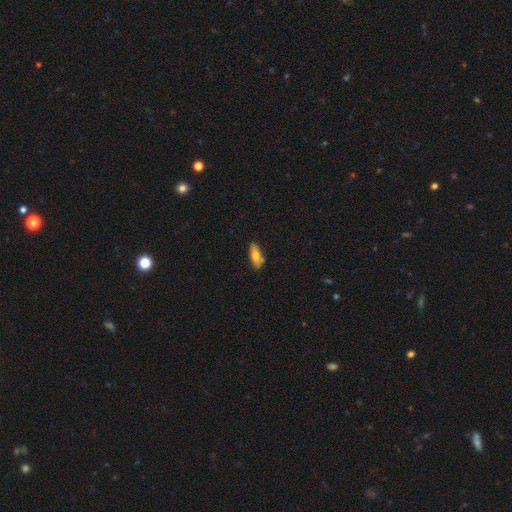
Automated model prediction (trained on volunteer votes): smooth_or_featured: smooth (p=0.67) [alt: featured or disk p=0.26]
how_rounded: in between (p=0.73) [alt: cigar-shaped p=0.25]
merging: none (p=0.75) [alt: minor disturbance p=0.17]